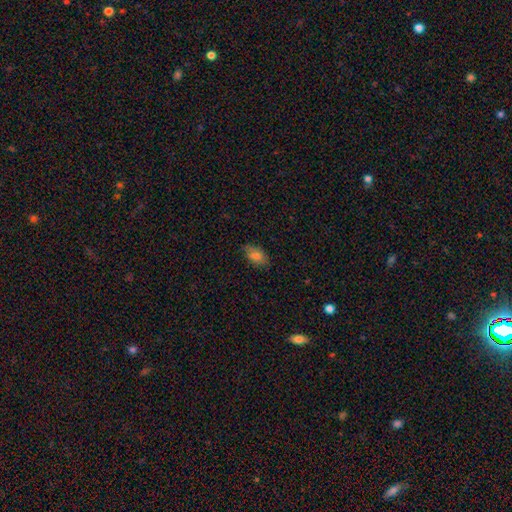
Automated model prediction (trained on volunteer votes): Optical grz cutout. It shows a smooth galaxy with no disk features (80%) that is in between round and cigar-shaped (91%). Merging: none (77%).